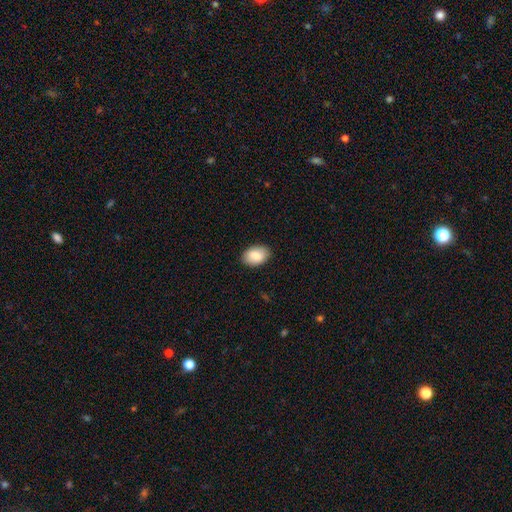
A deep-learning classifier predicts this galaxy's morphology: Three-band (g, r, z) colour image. It shows a smooth galaxy with no disk features (86%) that is in between round and cigar-shaped (87%). Merging: none (87%).